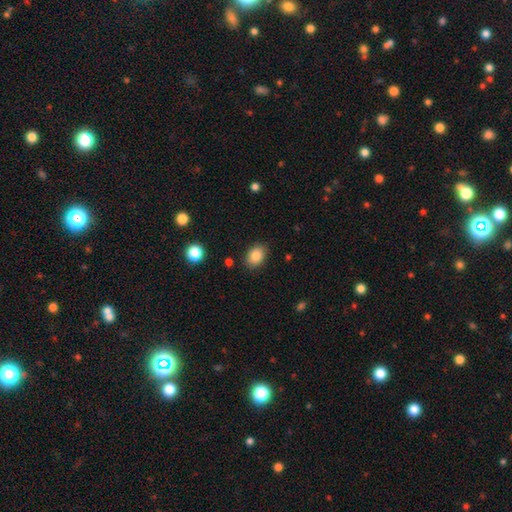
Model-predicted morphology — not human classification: type=smooth (85%); roundness=in between (69%); merging=none (84%).